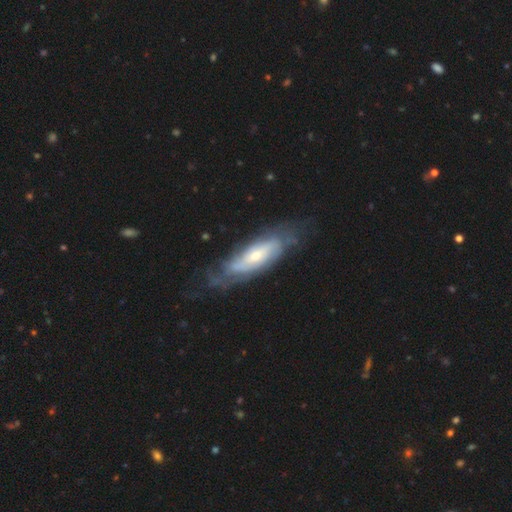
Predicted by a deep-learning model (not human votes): Smooth or featured? featured or disk (72%)
Edge-on disk? no (79%)
Bar? no (60%)
Spiral arms? yes (81%)
Bulge size? small (48%)
Merging? none (62%)